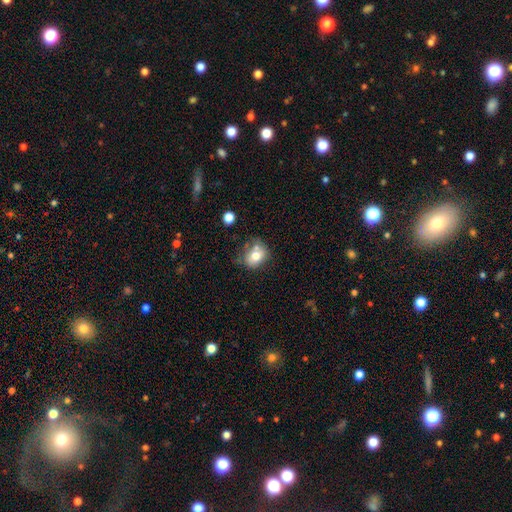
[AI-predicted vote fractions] Smooth or featured?
  - smooth: 72% *
  - featured or disk: 17%
  - star or artifact: 10%
How rounded?
  - round: 51% *
  - in between: 48%
  - cigar-shaped: 1%
Merging?
  - none: 50% *
  - minor disturbance: 25%
  - merger: 16%
  - major disturbance: 9%